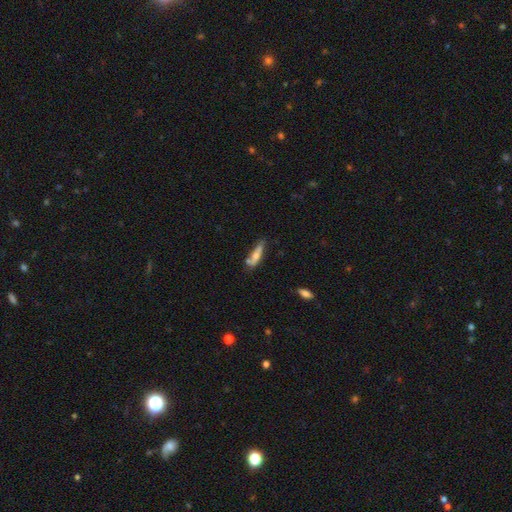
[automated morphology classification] Smooth or featured? Predicted: smooth (p=0.55). How rounded? Predicted: cigar-shaped (p=0.76). Merging? Predicted: none (p=0.55).